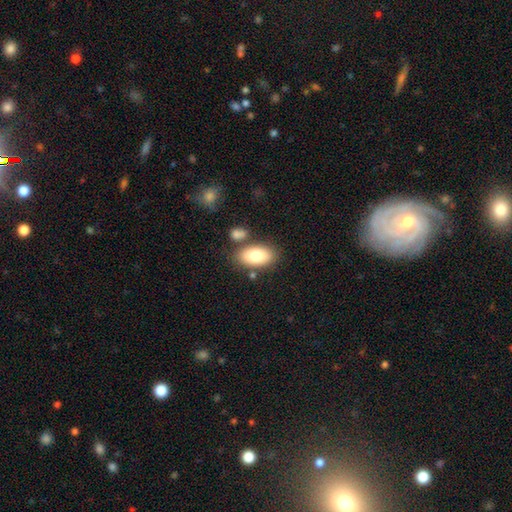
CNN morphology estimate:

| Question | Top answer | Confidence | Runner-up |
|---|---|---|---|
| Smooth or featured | smooth | 81% | featured or disk (12%) |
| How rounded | in between | 93% | round (5%) |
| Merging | none | 72% | minor disturbance (13%) |